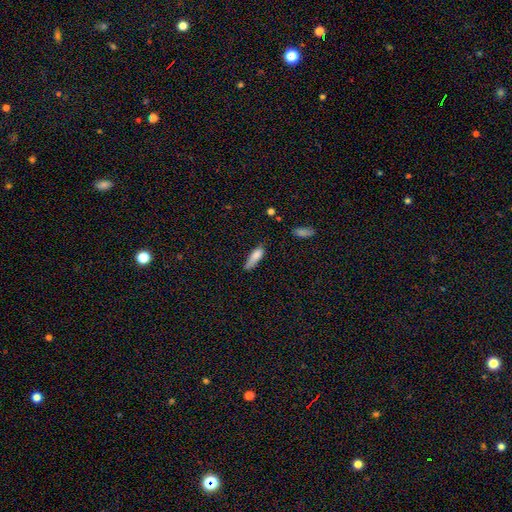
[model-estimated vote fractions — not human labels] Smooth or featured? Predicted: smooth (p=0.82). How rounded? Predicted: cigar-shaped (p=0.53). Merging? Predicted: none (p=0.48).